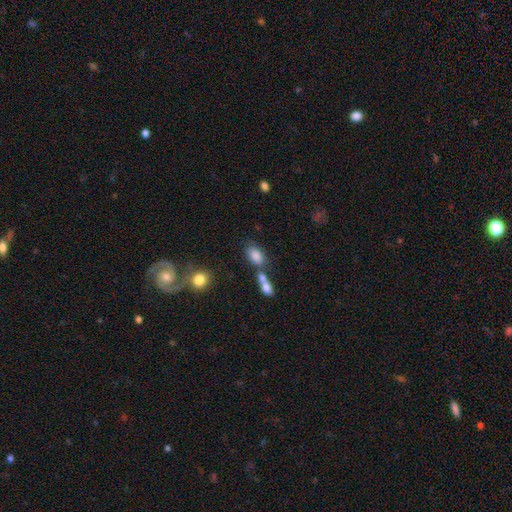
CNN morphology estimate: Smooth or featured?
  - smooth: 83% *
  - star or artifact: 9%
  - featured or disk: 8%
How rounded?
  - in between: 89% *
  - round: 8%
  - cigar-shaped: 3%
Merging?
  - none: 45% *
  - merger: 36%
  - minor disturbance: 13%
  - major disturbance: 6%